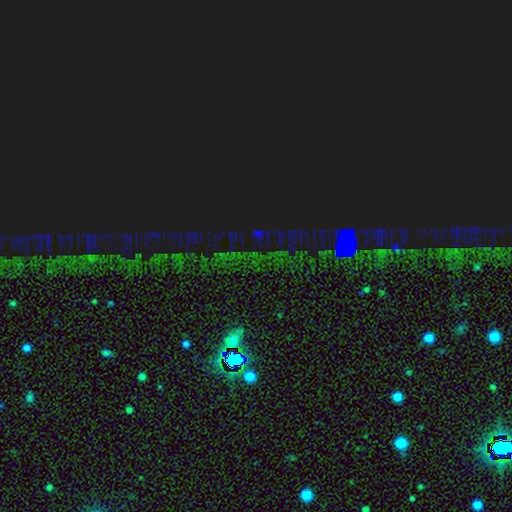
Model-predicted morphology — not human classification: A star or artifact, not a galaxy (83%).